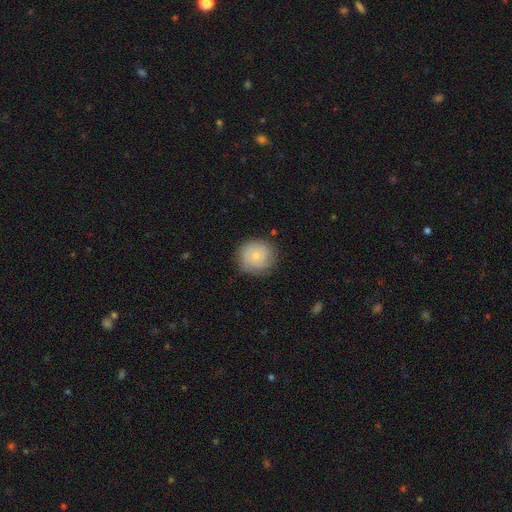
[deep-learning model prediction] Morphology: type=smooth (66%); roundness=round (91%); merging=none (82%).